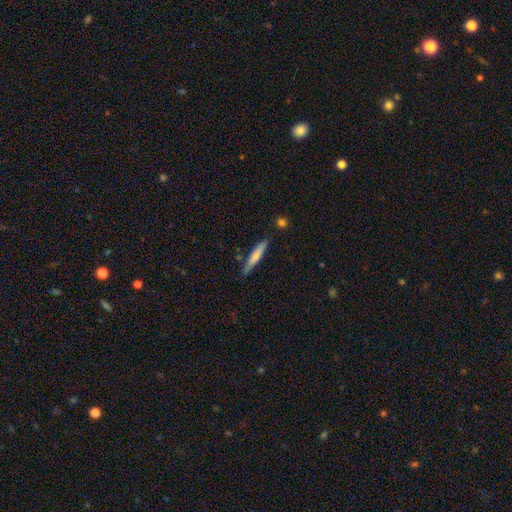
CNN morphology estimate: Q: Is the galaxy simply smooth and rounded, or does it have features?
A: smooth — 67%.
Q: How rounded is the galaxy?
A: cigar-shaped — 91%.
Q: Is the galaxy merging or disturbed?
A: none — 80%.